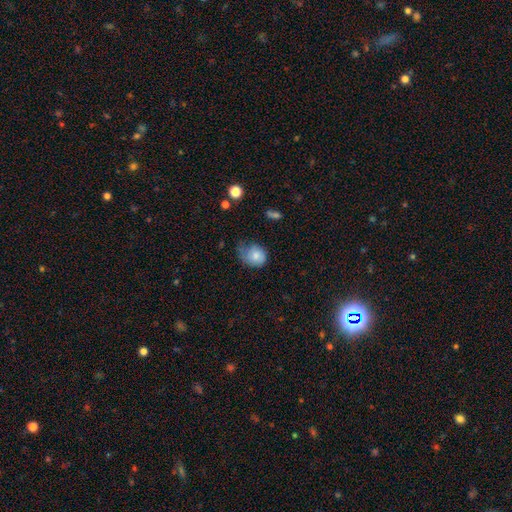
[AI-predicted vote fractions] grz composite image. It shows a smooth galaxy with no disk features (74%) that is round (62%). Merging: minor disturbance (40%).